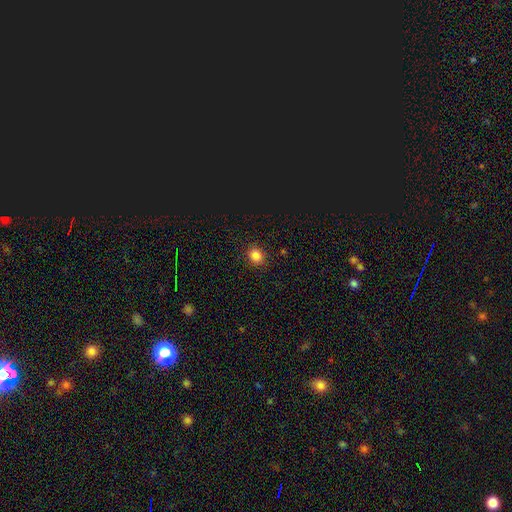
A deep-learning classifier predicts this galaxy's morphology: smooth_or_featured: smooth (p=0.83) [alt: star or artifact p=0.13]
how_rounded: round (p=0.69) [alt: in between p=0.30]
merging: none (p=0.88) [alt: minor disturbance p=0.08]